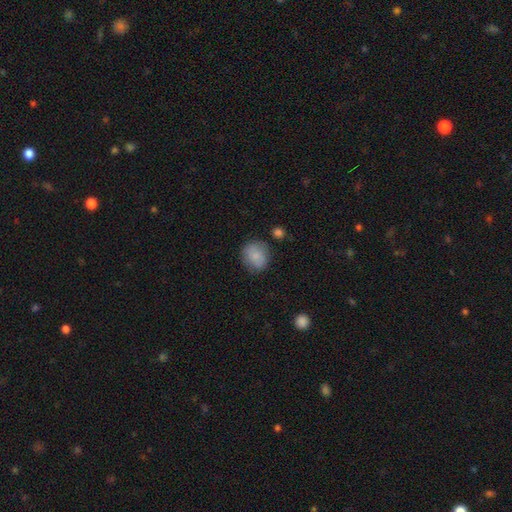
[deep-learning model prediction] Smooth or featured?
  - smooth: 82% *
  - featured or disk: 10%
  - star or artifact: 8%
How rounded?
  - round: 69% *
  - in between: 30%
  - cigar-shaped: 1%
Merging?
  - none: 71% *
  - minor disturbance: 19%
  - major disturbance: 5%
  - merger: 4%